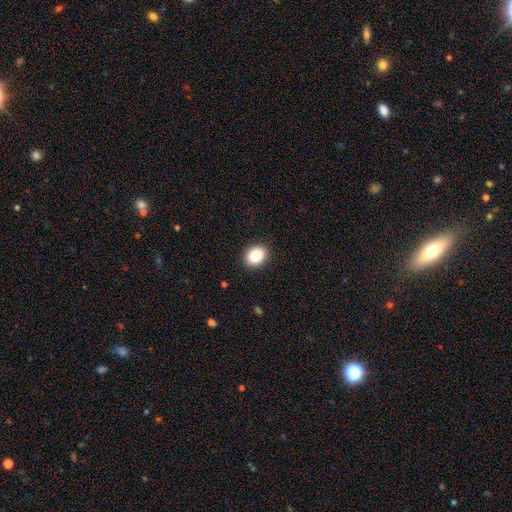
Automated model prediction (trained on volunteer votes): This appears to be a smooth galaxy with no disk features (87%) that is in between round and cigar-shaped (54%). Merging: none (89%).